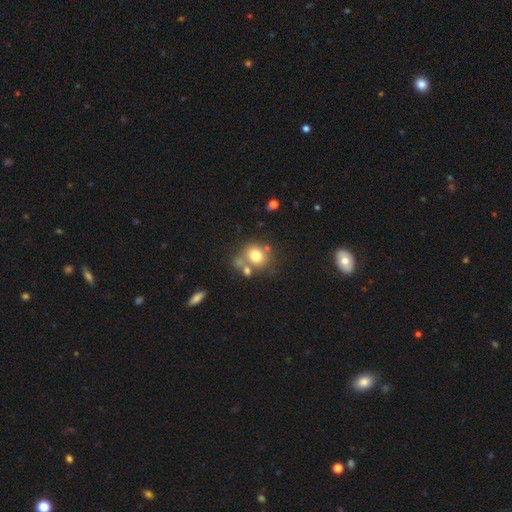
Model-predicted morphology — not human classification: Smooth or featured?
  - smooth: 74% *
  - featured or disk: 14%
  - star or artifact: 12%
How rounded?
  - round: 75% *
  - in between: 24%
  - cigar-shaped: 1%
Merging?
  - none: 55% *
  - merger: 26%
  - minor disturbance: 13%
  - major disturbance: 6%